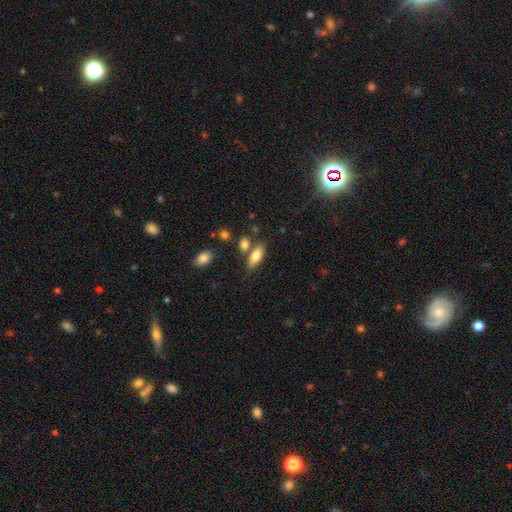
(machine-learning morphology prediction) type=smooth (78%); roundness=in between (74%); merging=none (67%).